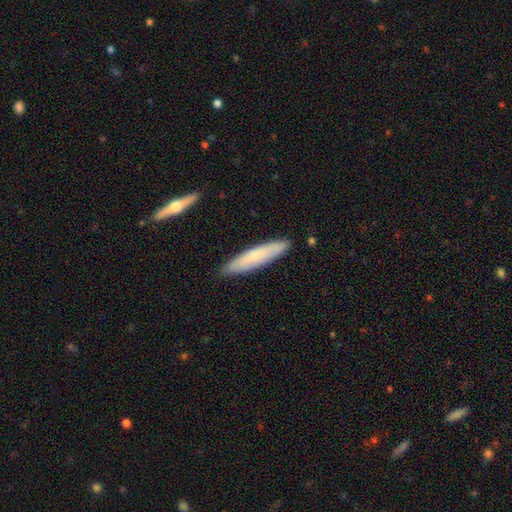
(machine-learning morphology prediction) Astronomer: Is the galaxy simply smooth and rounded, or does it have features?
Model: smooth — 66%.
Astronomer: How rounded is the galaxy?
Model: cigar-shaped — 82%.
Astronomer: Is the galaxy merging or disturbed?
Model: none — 87%.